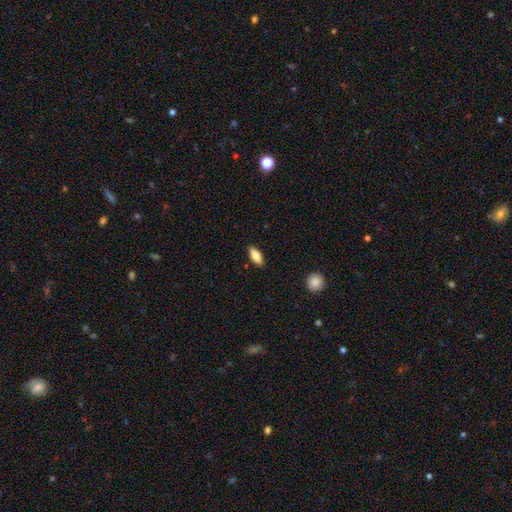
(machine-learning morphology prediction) Smooth or featured: smooth — 76% (featured or disk — 18%)
How rounded: in between — 76% (cigar-shaped — 21%)
Merging: none — 88% (minor disturbance — 9%)